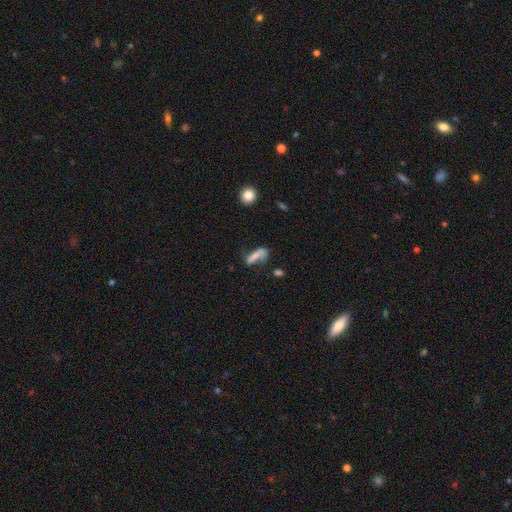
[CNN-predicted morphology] This appears to be a smooth galaxy with no disk features (62%) that is in between round and cigar-shaped (49%). Merging: none (36%).